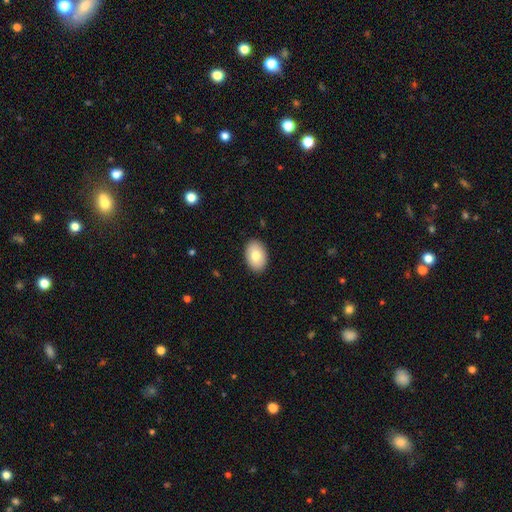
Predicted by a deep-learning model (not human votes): smooth_or_featured: smooth (p=0.79) [alt: featured or disk p=0.14]
how_rounded: in between (p=0.86) [alt: round p=0.13]
merging: none (p=0.89) [alt: minor disturbance p=0.08]